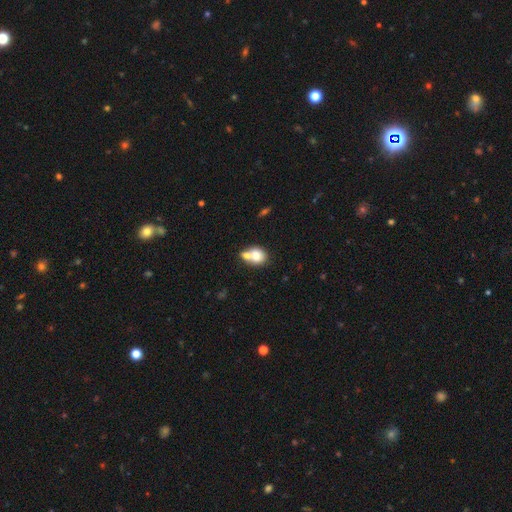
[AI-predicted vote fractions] A smooth galaxy with no disk features (71%) that is round (57%).

Vote fractions:
- Smooth or featured? smooth: 71% / featured or disk: 20% / star or artifact: 9%
- How rounded? round: 57% / in between: 42% / cigar-shaped: 1%
- Merging? merger: 62% / none: 26% / minor disturbance: 8% / major disturbance: 4%